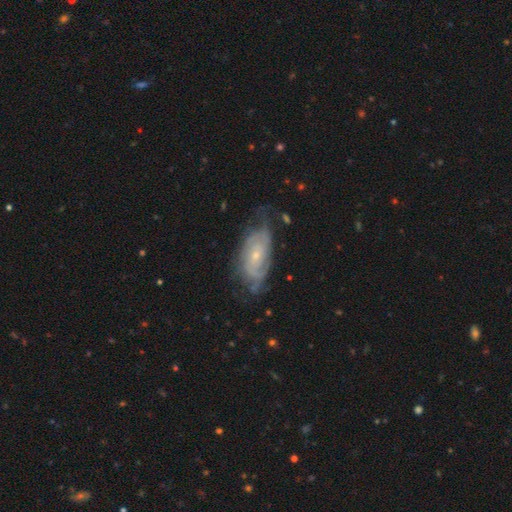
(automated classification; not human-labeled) The model was most divided on "spiral arm count": can't tell: 43%, 2: 35%, 3: 10%, 4: 4%, 1: 4%, more than 4: 3%. More confident: edge-on disk — no (93%); spiral arms — yes (88%); smooth or featured — featured or disk (75%); bulge size — small (72%); bar — no (69%); spiral winding — tight (57%); merging — none (57%).